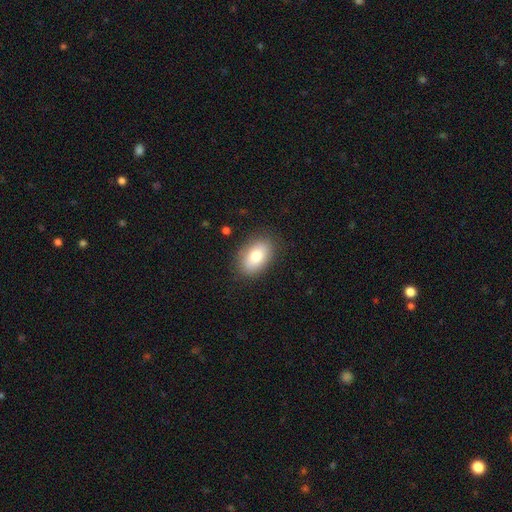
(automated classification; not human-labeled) Morphology: type=smooth (78%); roundness=in between (89%); merging=none (85%).